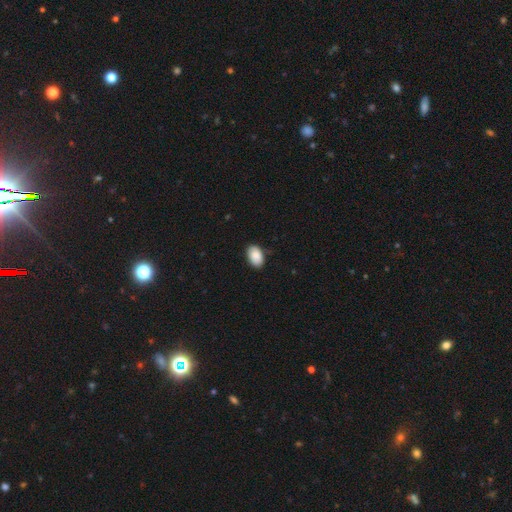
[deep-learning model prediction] Q: Smooth or featured?
A: smooth (87%); runner-up: star or artifact (6%)
Q: How rounded?
A: in between (92%); runner-up: round (7%)
Q: Merging?
A: none (81%); runner-up: minor disturbance (15%)